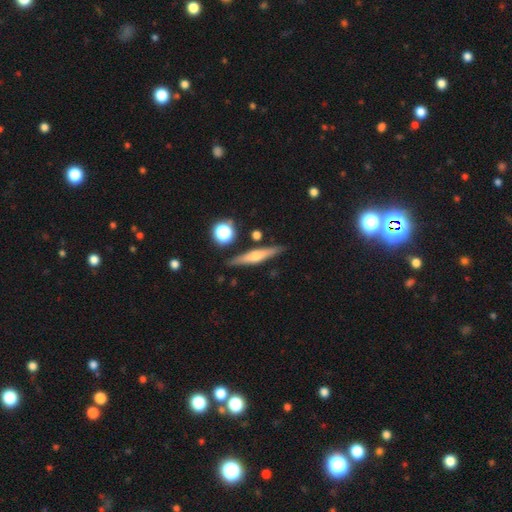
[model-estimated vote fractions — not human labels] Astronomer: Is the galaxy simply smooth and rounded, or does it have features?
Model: featured or disk — 60%.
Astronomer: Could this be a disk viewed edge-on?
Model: yes — 95%.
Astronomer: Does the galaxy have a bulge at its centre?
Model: rounded — 88%.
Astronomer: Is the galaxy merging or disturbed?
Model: none — 86%.